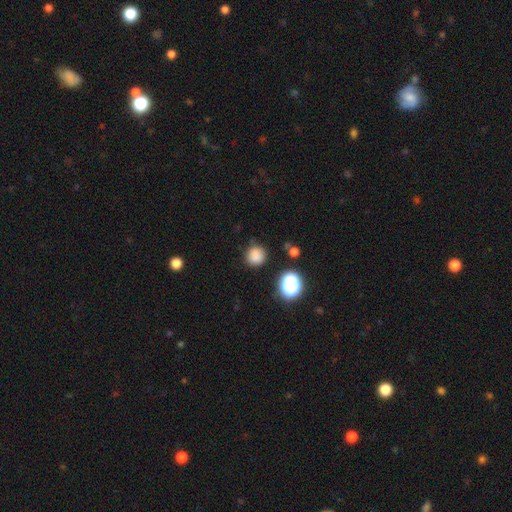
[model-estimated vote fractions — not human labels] Morphology: type=smooth (80%); roundness=round (89%); merging=none (82%).